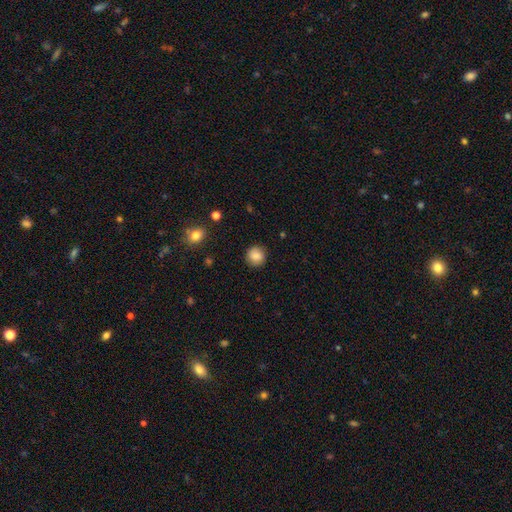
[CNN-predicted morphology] This is clearly a smooth galaxy (85%). How rounded: clearly round (91%). Merging: clearly none (87%).